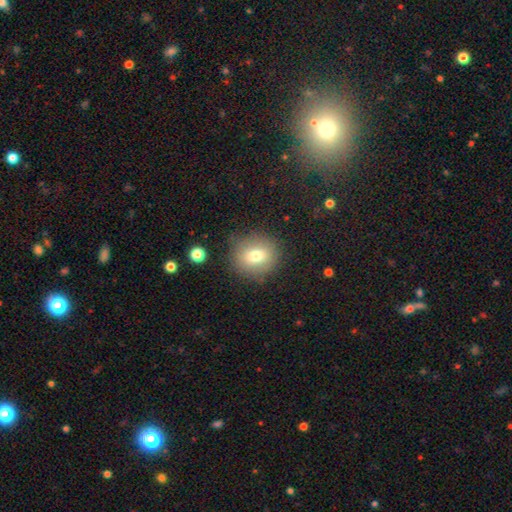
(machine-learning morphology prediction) A smooth galaxy with no disk features (74%) that is round (80%). Merging: none (84%).